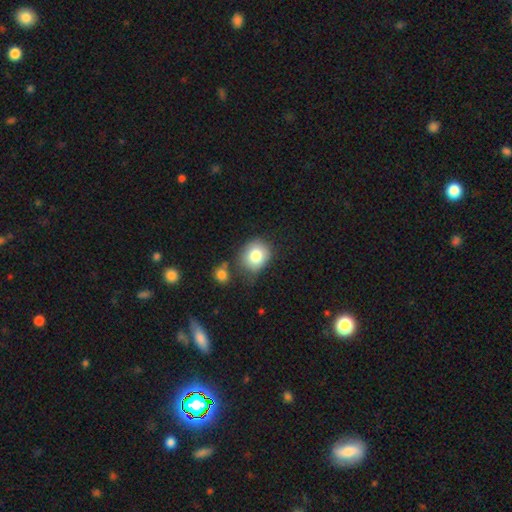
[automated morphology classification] A smooth galaxy with no disk features (81%) that is round (69%). Merging: none (66%).